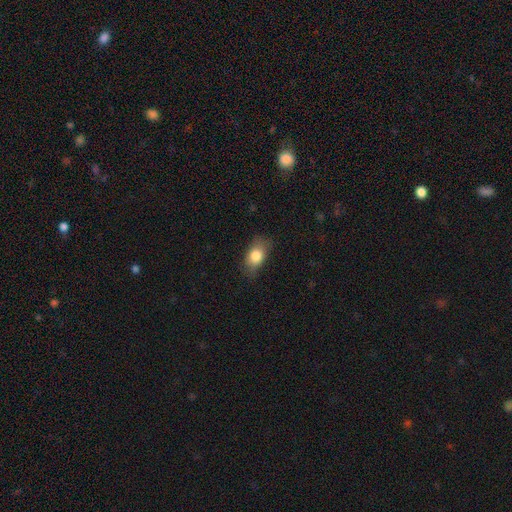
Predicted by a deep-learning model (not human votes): Smooth or featured? smooth (82%)
How rounded? in between (83%)
Merging? none (74%)